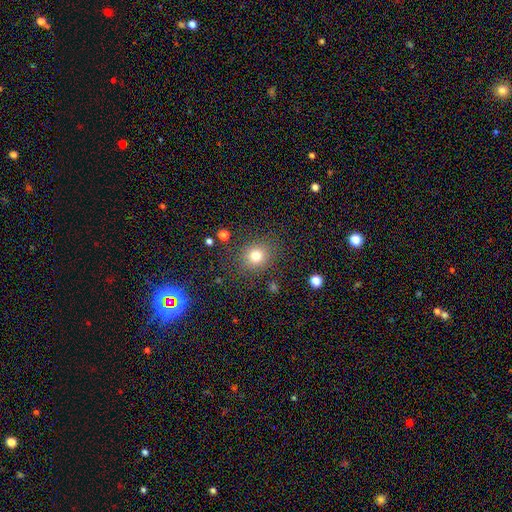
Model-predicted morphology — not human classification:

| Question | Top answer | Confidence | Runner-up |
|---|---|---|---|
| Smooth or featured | smooth | 78% | star or artifact (14%) |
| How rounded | round | 80% | in between (19%) |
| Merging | none | 85% | minor disturbance (9%) |